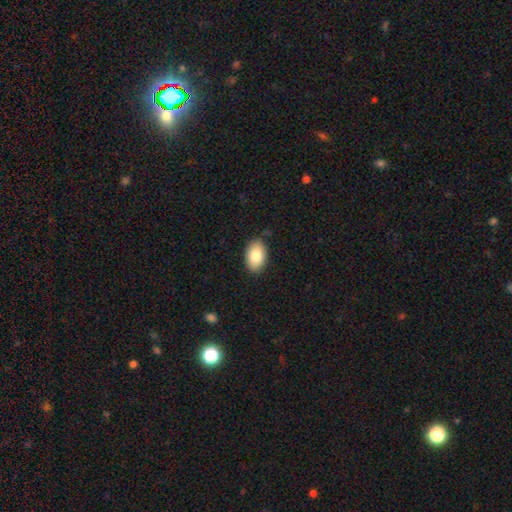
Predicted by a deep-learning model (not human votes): Morphology: type=smooth (84%); roundness=in between (92%); merging=none (86%).